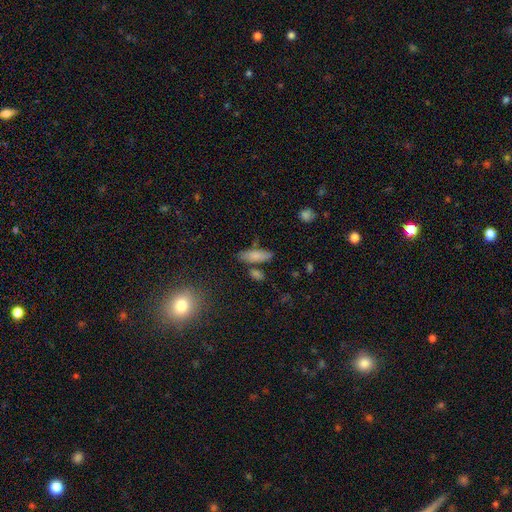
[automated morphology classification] Smooth or featured? Predicted: smooth (p=0.80). How rounded? Predicted: in between (p=0.62). Merging? Predicted: none (p=0.71).